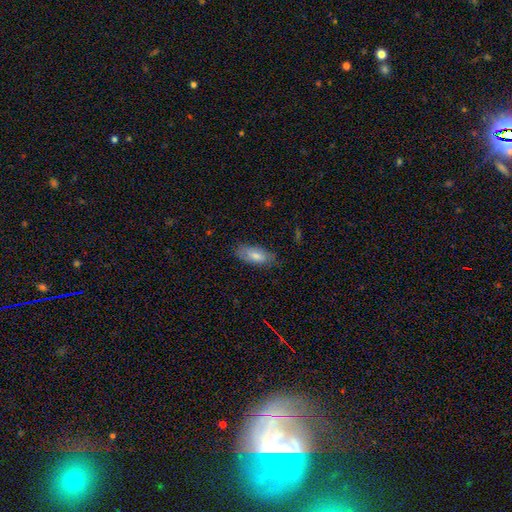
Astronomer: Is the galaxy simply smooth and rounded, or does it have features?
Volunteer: smooth — 64%.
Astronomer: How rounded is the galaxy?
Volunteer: in between — 76%.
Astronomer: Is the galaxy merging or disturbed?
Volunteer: none — 86%.